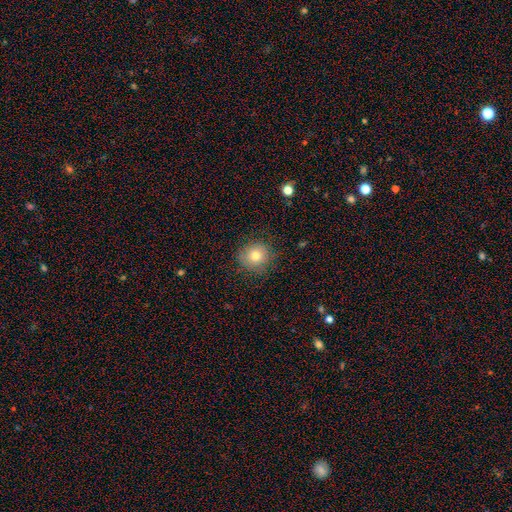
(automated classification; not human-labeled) This appears to be a smooth galaxy with no disk features (77%) that is round (90%). Merging: none (84%).